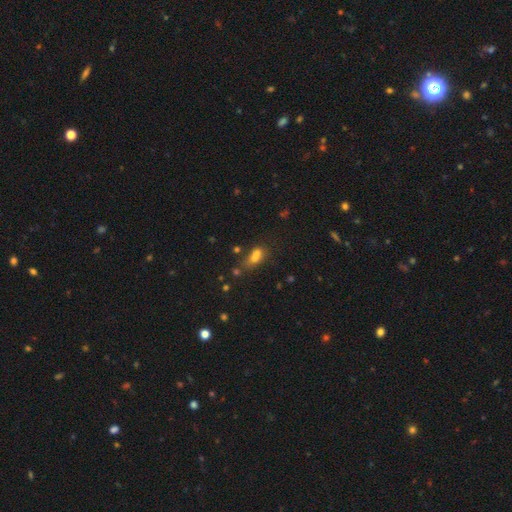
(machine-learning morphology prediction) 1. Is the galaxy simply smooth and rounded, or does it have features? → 63% smooth, 20% star or artifact, 17% featured or disk.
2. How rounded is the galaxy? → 61% in between, 30% round, 10% cigar-shaped.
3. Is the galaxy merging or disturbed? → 51% merger, 29% none, 12% minor disturbance, 8% major disturbance.